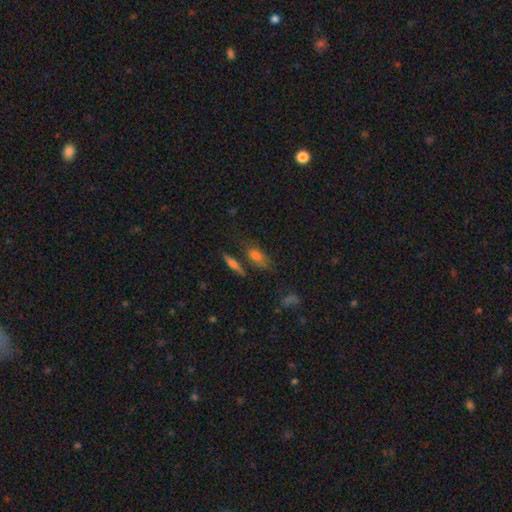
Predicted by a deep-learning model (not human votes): Smooth or featured? smooth (65%)
How rounded? in between (63%)
Merging? none (65%)